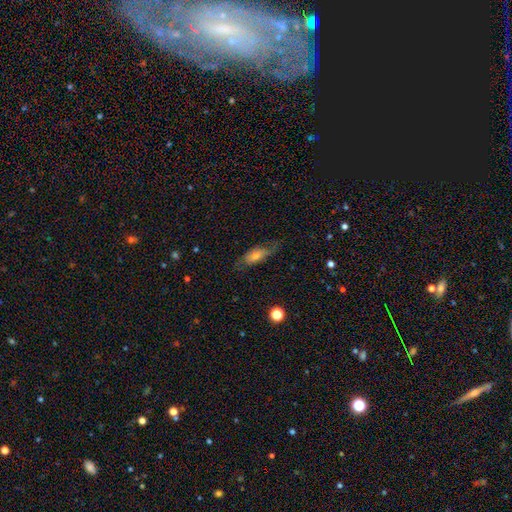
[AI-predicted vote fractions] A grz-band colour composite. It shows a featured or disk galaxy (47%). Merging: none (67%).